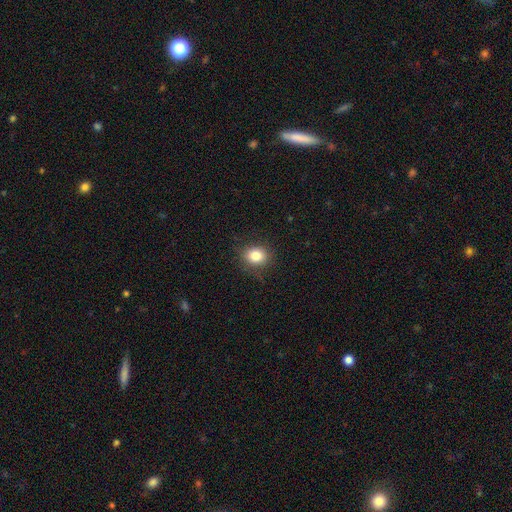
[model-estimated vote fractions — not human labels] smooth 83%, star or artifact 11%, featured or disk 7%. Down the decision tree: how rounded — round (65%); merging — none (84%).